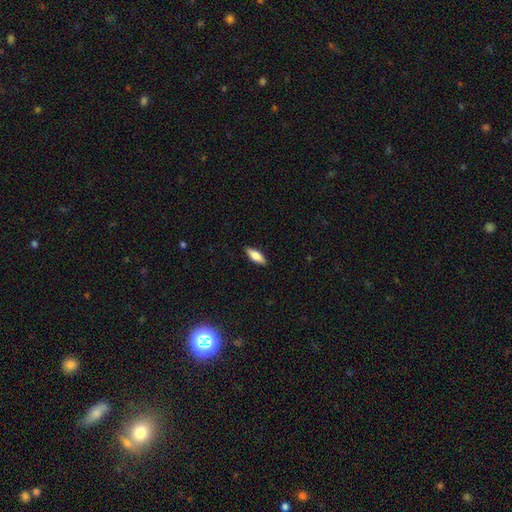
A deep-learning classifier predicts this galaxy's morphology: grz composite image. It shows a smooth galaxy with no disk features (78%) that is in between round and cigar-shaped (63%). Merging: none (89%).